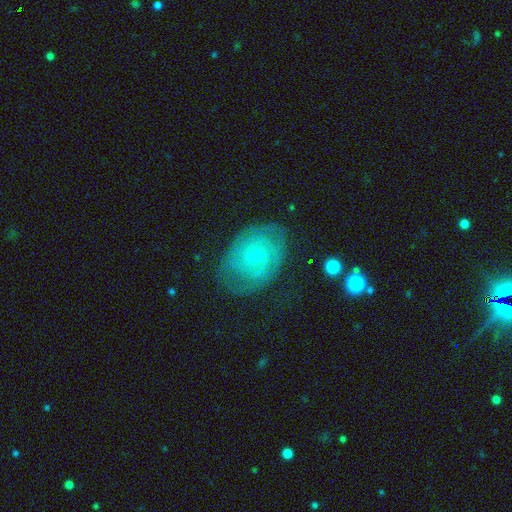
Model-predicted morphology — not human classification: featured or disk 71%, smooth 22%, star or artifact 7%. Down the decision tree: edge-on disk — no (97%); bar — no (77%); spiral arms — yes (86%); spiral arm count — can't tell (42%); spiral winding — tight (67%); bulge size — small (80%); merging — none (65%).